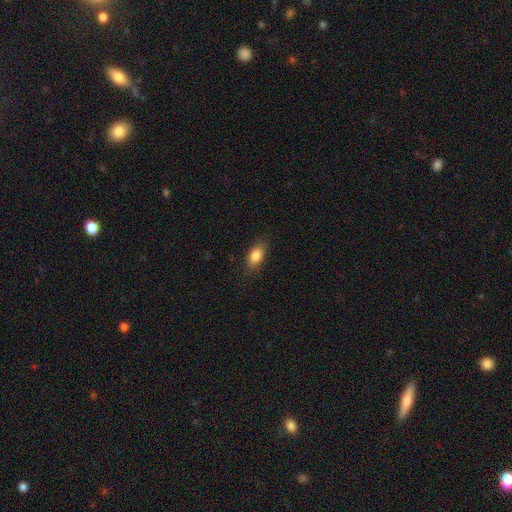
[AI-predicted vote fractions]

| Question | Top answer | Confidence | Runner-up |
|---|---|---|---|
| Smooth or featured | smooth | 83% | featured or disk (10%) |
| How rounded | in between | 85% | round (8%) |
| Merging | none | 84% | minor disturbance (13%) |